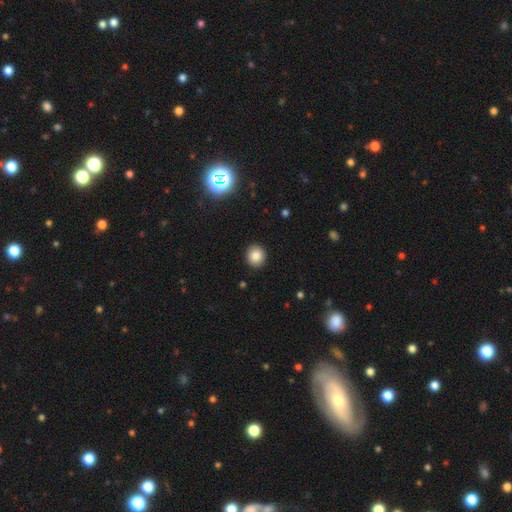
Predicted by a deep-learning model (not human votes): A smooth galaxy with no disk features (85%) that is round (84%).

Vote fractions:
- Smooth or featured? smooth: 85% / star or artifact: 10% / featured or disk: 5%
- How rounded? round: 84% / in between: 15% / cigar-shaped: 1%
- Merging? none: 91% / minor disturbance: 6% / major disturbance: 2% / merger: 1%